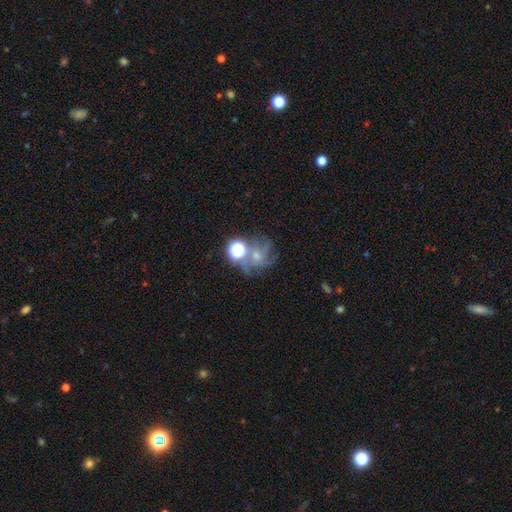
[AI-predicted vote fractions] Q: Smooth or featured?
A: featured or disk (56%); runner-up: smooth (22%)
Q: Edge-on disk?
A: no (97%); runner-up: yes (3%)
Q: Bar?
A: no (73%); runner-up: weak (23%)
Q: Spiral arms?
A: yes (84%); runner-up: no (16%)
Q: Bulge size?
A: small (43%); runner-up: moderate (39%)
Q: Merging?
A: none (50%); runner-up: major disturbance (18%)